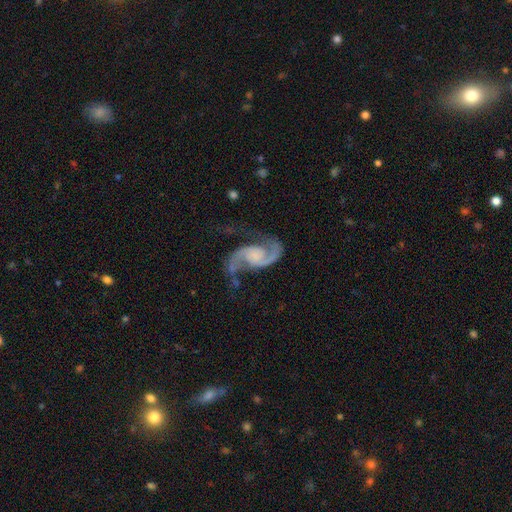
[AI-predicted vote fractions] The model was most divided on "spiral winding": medium: 48%, loose: 41%, tight: 11%. Remaining: spiral arms — yes (98%); edge-on disk — no (98%); spiral arm count — 2 (94%); smooth or featured — featured or disk (93%); merging — none (66%); bar — no (62%); bulge size — none (42%).